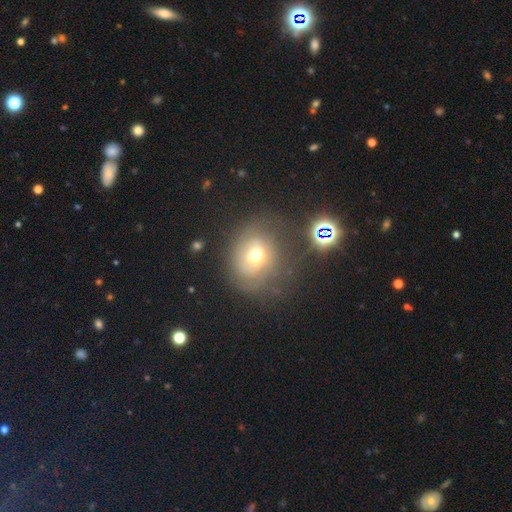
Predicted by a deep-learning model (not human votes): Smooth or featured? featured or disk (42%, tied with smooth)
Merging? none (61%)